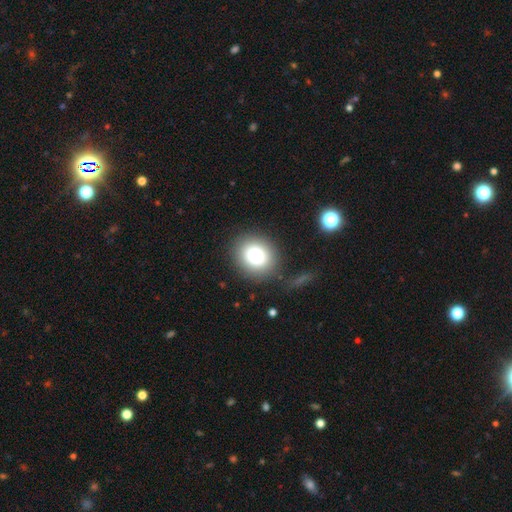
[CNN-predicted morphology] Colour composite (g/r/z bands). It shows a smooth galaxy with no disk features (79%) that is round (78%). Merging: none (85%).